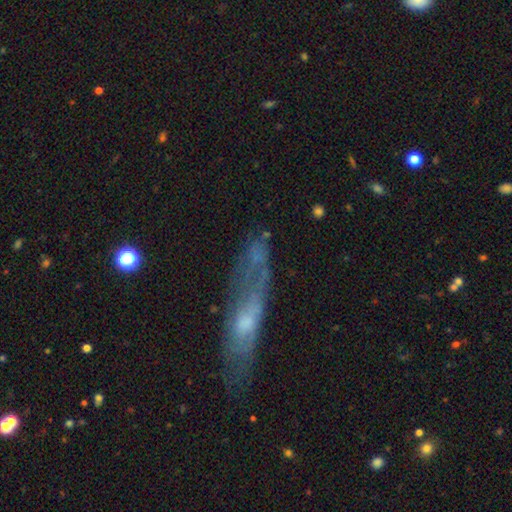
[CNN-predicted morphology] type=featured or disk (43%); merging=none (53%).